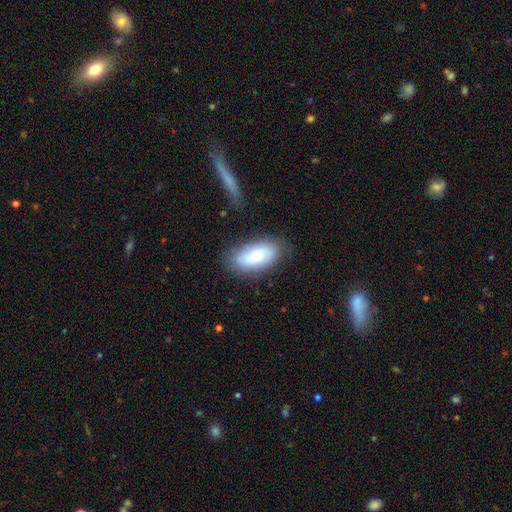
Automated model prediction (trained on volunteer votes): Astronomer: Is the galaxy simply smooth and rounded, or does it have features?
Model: smooth — 74%.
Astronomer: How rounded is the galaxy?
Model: in between — 91%.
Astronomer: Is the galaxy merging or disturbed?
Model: none — 74%.